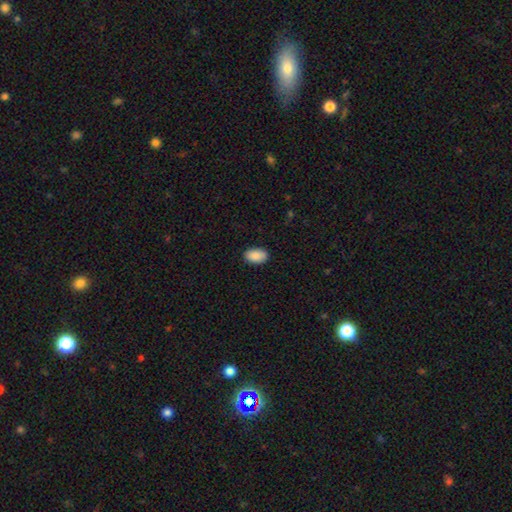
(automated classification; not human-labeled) The model was most divided on "merging": none: 87%, minor disturbance: 10%, major disturbance: 2%, merger: 1%. More confident: how rounded — in between (93%); smooth or featured — smooth (89%).